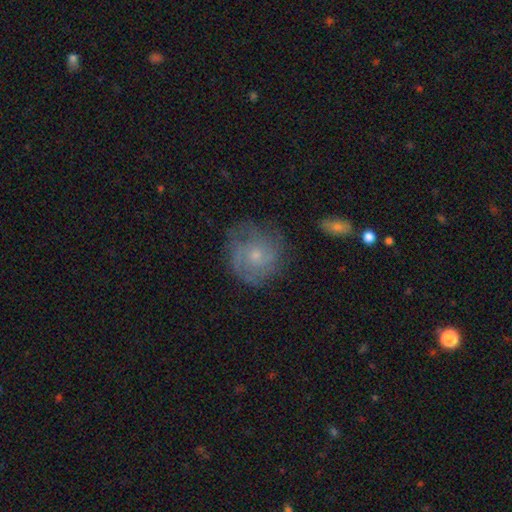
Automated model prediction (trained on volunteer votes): Q: Smooth or featured?
A: featured or disk (60%); runner-up: smooth (30%)
Q: Edge-on disk?
A: no (97%); runner-up: yes (3%)
Q: Bar?
A: no (80%); runner-up: weak (18%)
Q: Spiral arms?
A: yes (83%); runner-up: no (17%)
Q: Bulge size?
A: small (66%); runner-up: moderate (28%)
Q: Merging?
A: none (71%); runner-up: minor disturbance (19%)